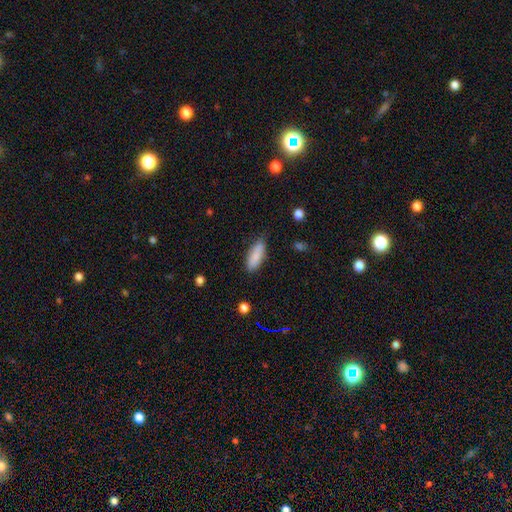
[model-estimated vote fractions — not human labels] Smooth or featured?
  - smooth: 86% *
  - featured or disk: 8%
  - star or artifact: 6%
How rounded?
  - in between: 69% *
  - cigar-shaped: 29%
  - round: 2%
Merging?
  - none: 80% *
  - minor disturbance: 16%
  - major disturbance: 3%
  - merger: 2%